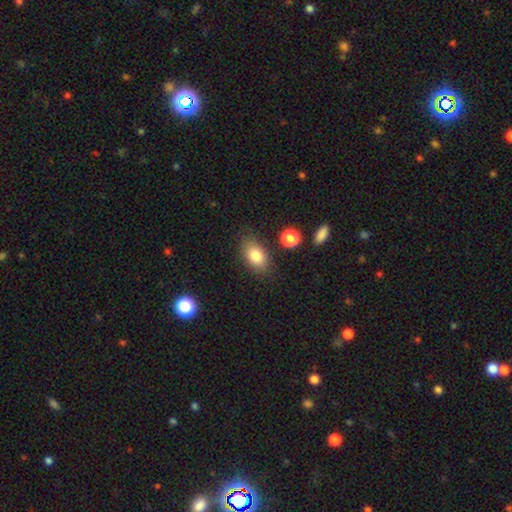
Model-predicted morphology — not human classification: The model was most divided on "merging": none: 80%, minor disturbance: 13%, major disturbance: 4%, merger: 3%. More confident: how rounded — in between (88%); smooth or featured — smooth (83%).